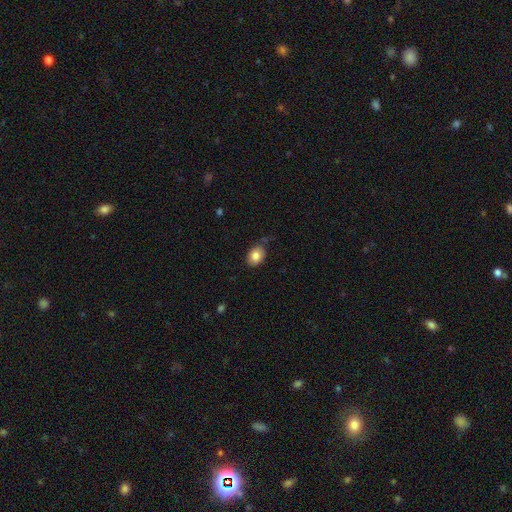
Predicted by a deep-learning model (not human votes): Q: Smooth or featured?
A: smooth (82%); runner-up: featured or disk (10%)
Q: How rounded?
A: in between (67%); runner-up: round (32%)
Q: Merging?
A: none (75%); runner-up: minor disturbance (18%)